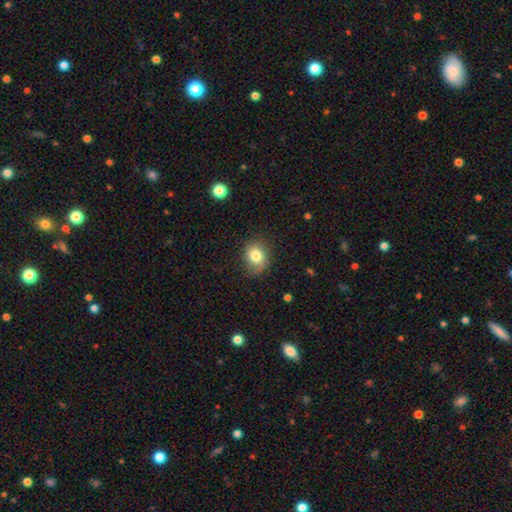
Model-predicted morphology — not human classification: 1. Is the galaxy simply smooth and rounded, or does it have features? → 77% smooth, 13% featured or disk, 10% star or artifact.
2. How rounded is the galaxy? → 57% round, 42% in between, 1% cigar-shaped.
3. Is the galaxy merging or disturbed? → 73% none, 20% minor disturbance, 5% major disturbance, 1% merger.